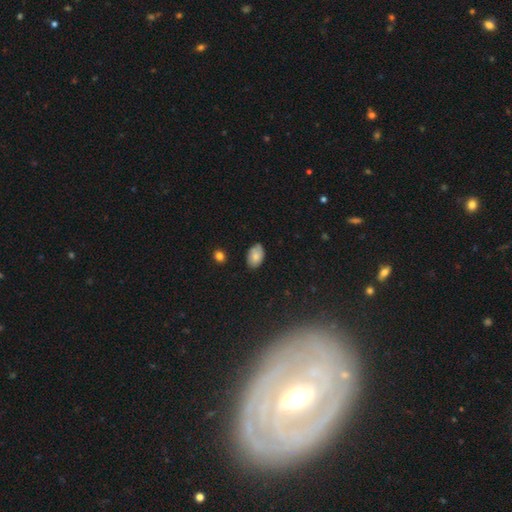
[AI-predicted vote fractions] smooth_or_featured: smooth (p=0.74) [alt: featured or disk p=0.17]
how_rounded: in between (p=0.89) [alt: round p=0.10]
merging: none (p=0.71) [alt: minor disturbance p=0.24]